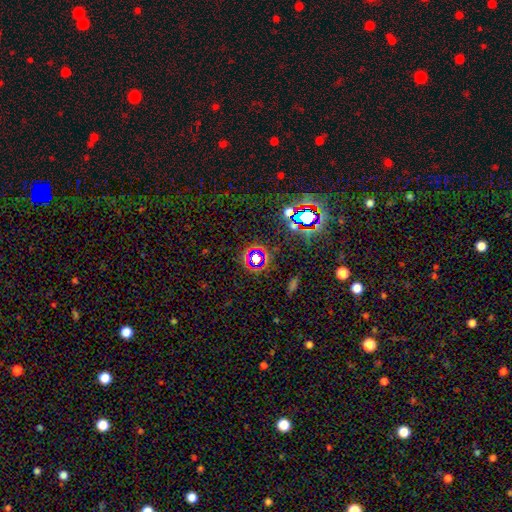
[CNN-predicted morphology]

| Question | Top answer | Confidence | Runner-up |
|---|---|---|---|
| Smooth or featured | star or artifact | 65% | smooth (23%) |